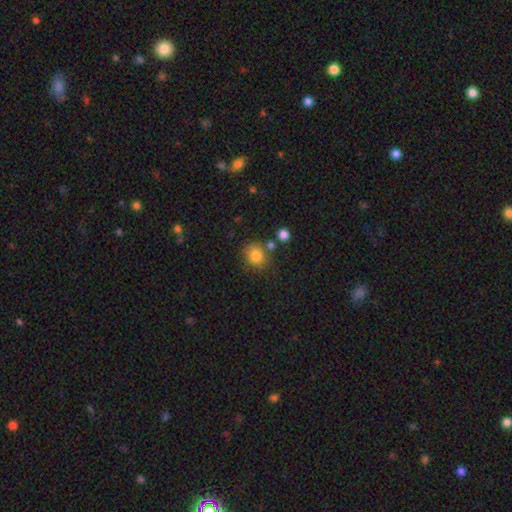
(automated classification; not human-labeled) This is likely a smooth galaxy (80%). How rounded: likely round (79%). Merging: likely none (71%).